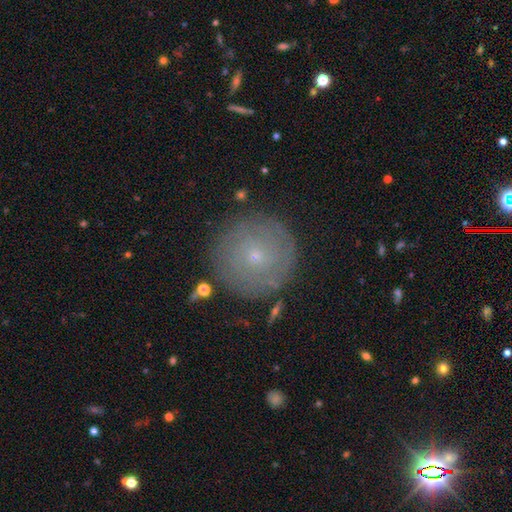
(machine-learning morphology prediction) Q: Smooth or featured?
A: featured or disk (49%); runner-up: smooth (39%)
Q: Merging?
A: none (86%); runner-up: minor disturbance (10%)